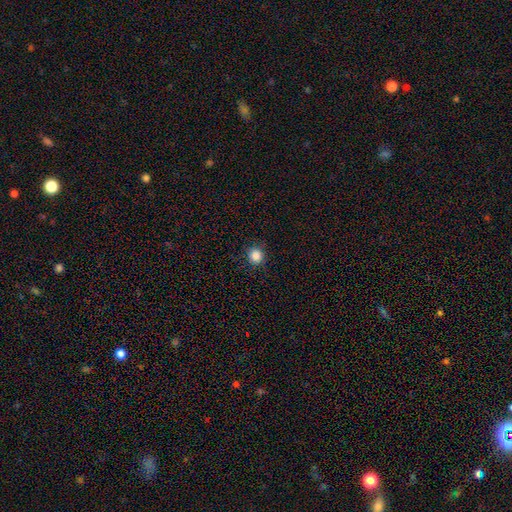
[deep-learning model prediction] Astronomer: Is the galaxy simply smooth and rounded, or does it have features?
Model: smooth — 86%.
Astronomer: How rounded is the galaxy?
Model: round — 90%.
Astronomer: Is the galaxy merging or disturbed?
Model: none — 90%.